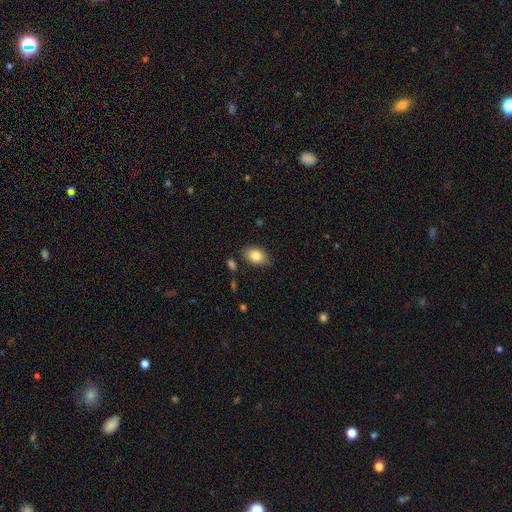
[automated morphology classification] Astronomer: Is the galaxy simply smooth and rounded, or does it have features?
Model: smooth — 83%.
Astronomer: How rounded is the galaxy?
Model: in between — 86%.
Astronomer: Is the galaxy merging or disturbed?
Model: none — 81%.